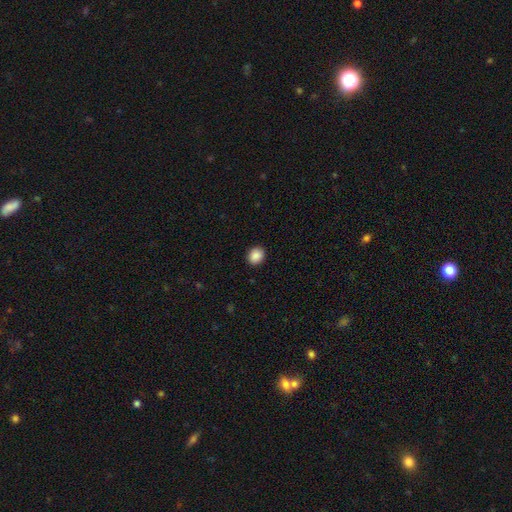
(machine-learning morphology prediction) Q: Smooth or featured?
A: smooth (89%); runner-up: star or artifact (9%)
Q: How rounded?
A: round (70%); runner-up: in between (29%)
Q: Merging?
A: none (92%); runner-up: minor disturbance (6%)